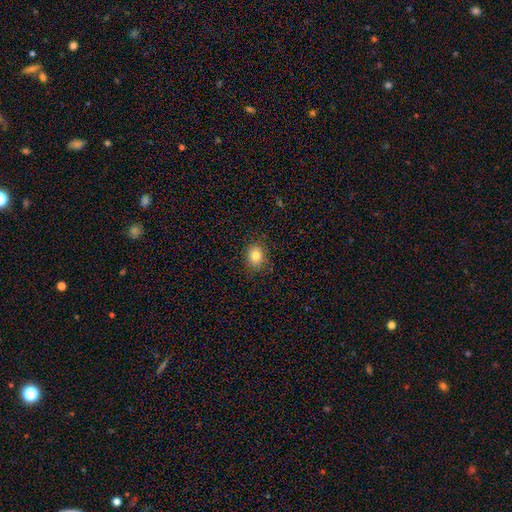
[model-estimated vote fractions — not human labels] Smooth or featured? smooth (81%)
How rounded? round (64%)
Merging? none (84%)